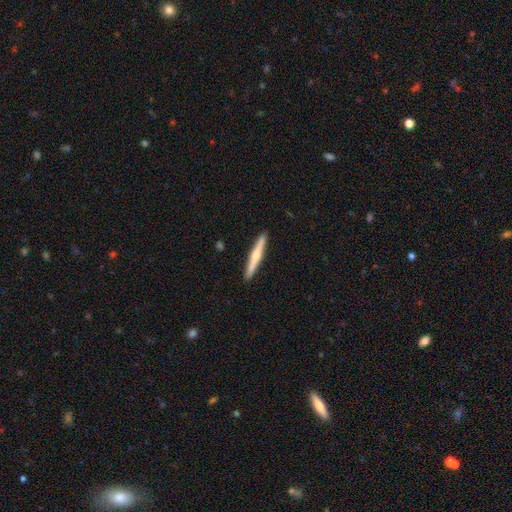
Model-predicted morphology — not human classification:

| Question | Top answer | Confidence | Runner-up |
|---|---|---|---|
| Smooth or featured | featured or disk | 52% | smooth (43%) |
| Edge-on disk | yes | 97% | no (3%) |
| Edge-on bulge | rounded | 76% | none (18%) |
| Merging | none | 92% | minor disturbance (6%) |